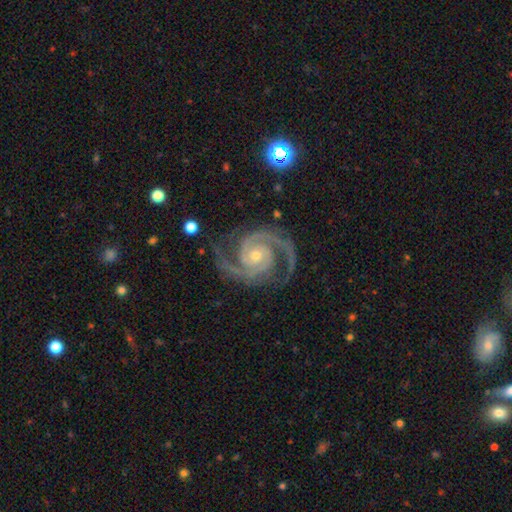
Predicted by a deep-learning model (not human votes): smooth_or_featured: featured or disk (p=0.94) [alt: star or artifact p=0.04]
disk_edge_on: no (p=0.98) [alt: yes p=0.02]
bar: no (p=0.68) [alt: weak p=0.22]
has_spiral_arms: yes (p=0.99) [alt: no p=0.01]
spiral_winding: tight (p=0.52) [alt: medium p=0.44]
spiral_arm_count: 2 (p=0.86) [alt: 3 p=0.07]
bulge_size: small (p=0.62) [alt: moderate p=0.34]
merging: none (p=0.81) [alt: minor disturbance p=0.13]